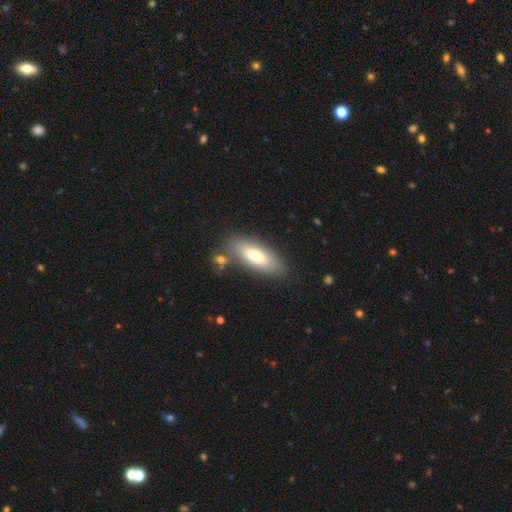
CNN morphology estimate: This is likely a smooth galaxy (69%). How rounded: likely in between (76%). Merging: likely none (75%).